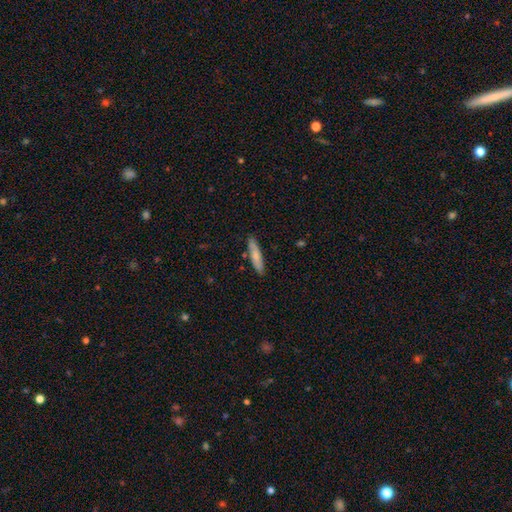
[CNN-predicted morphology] This is likely a smooth galaxy (72%). How rounded: clearly cigar-shaped (80%). Merging: clearly none (82%).